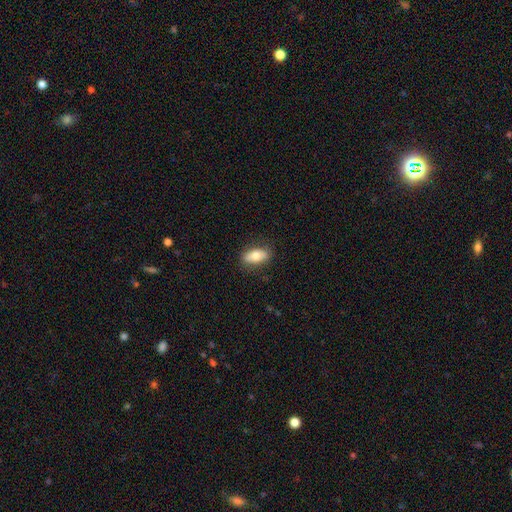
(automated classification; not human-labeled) This appears to be a smooth galaxy with no disk features (71%) that is in between round and cigar-shaped (85%). Merging: none (83%).